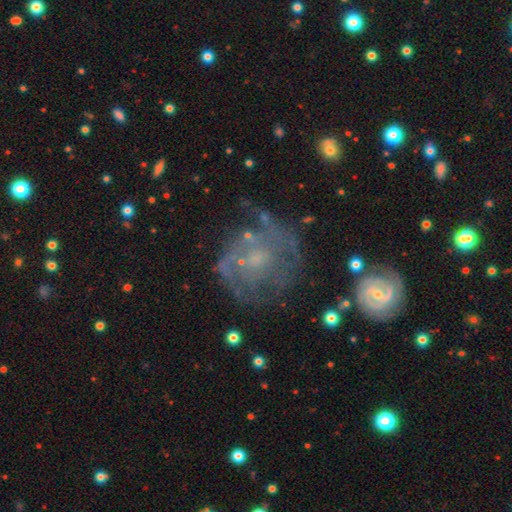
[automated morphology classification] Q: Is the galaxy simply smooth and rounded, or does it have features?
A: featured or disk — 67%.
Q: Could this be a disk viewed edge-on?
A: no — 97%.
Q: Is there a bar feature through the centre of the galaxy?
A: no — 71%.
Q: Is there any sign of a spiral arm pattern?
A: yes — 68%.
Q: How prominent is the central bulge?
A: small — 50%.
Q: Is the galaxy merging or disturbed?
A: none — 56%.